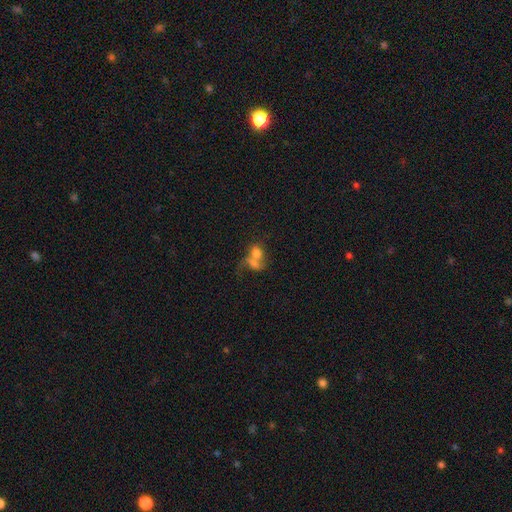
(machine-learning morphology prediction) smooth 64%, featured or disk 24%, star or artifact 12%. Down the decision tree: how rounded — in between (53%); merging — merger (71%).